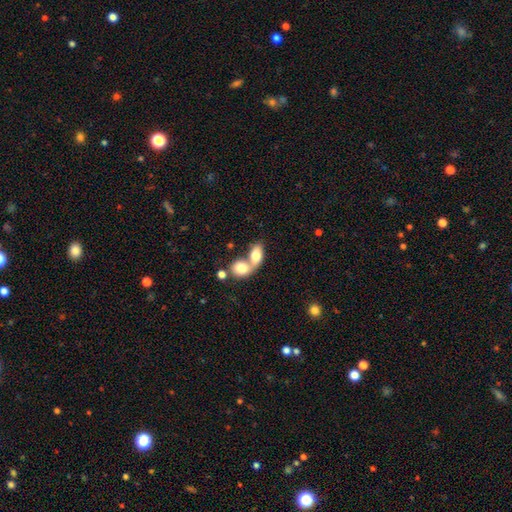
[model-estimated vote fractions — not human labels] Smooth or featured? smooth (78%)
How rounded? in between (79%)
Merging? merger (73%)